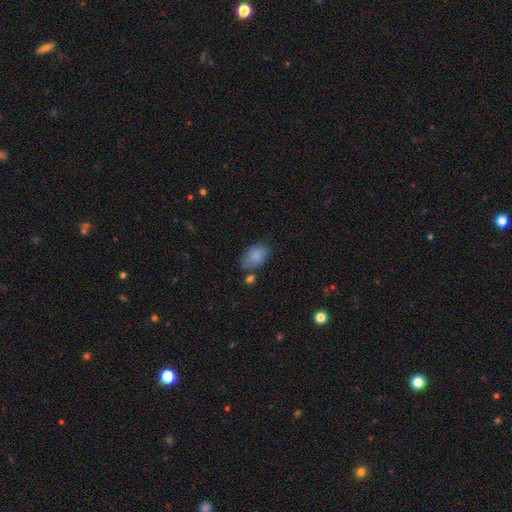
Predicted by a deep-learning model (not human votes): smooth 85%, featured or disk 8%, star or artifact 7%. Down the decision tree: how rounded — in between (89%); merging — none (62%).